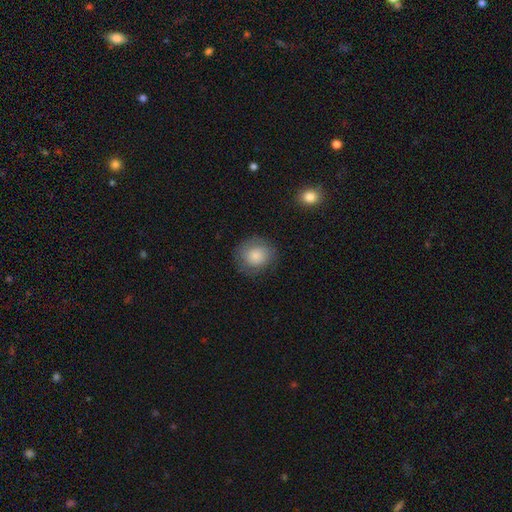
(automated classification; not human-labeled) smooth_or_featured: smooth (p=0.82) [alt: featured or disk p=0.11]
how_rounded: round (p=0.85) [alt: in between p=0.14]
merging: none (p=0.80) [alt: minor disturbance p=0.14]